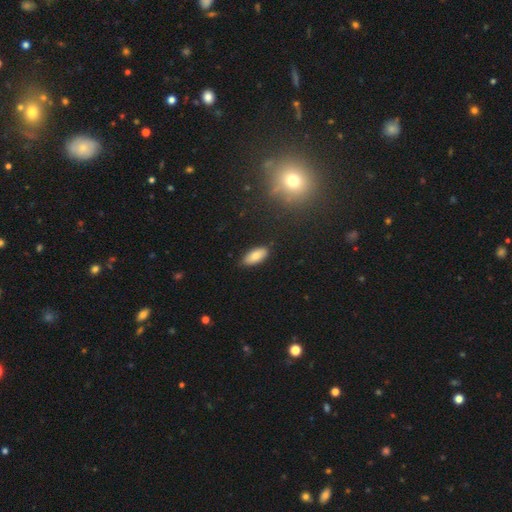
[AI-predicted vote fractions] smooth 78%, featured or disk 13%, star or artifact 9%. Down the decision tree: how rounded — in between (87%); merging — none (85%).